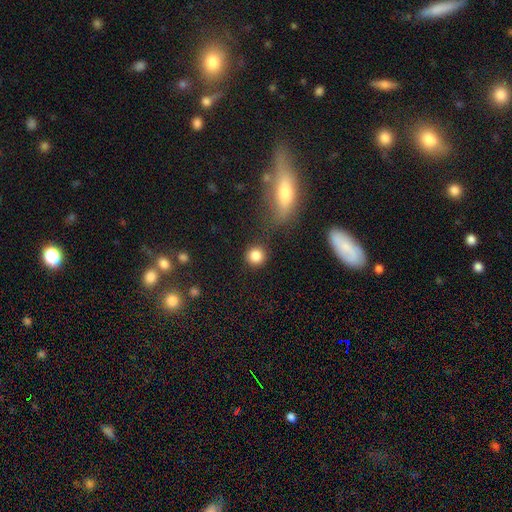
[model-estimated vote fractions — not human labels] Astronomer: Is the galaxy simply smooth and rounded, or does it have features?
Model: smooth — 84%.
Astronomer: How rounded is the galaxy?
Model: round — 91%.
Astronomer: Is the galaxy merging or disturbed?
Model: none — 84%.